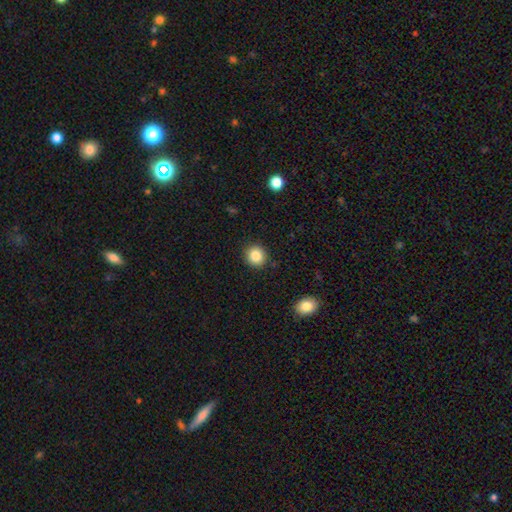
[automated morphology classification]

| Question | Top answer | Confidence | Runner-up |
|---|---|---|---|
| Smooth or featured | smooth | 86% | star or artifact (10%) |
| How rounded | round | 90% | in between (9%) |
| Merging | none | 90% | minor disturbance (7%) |